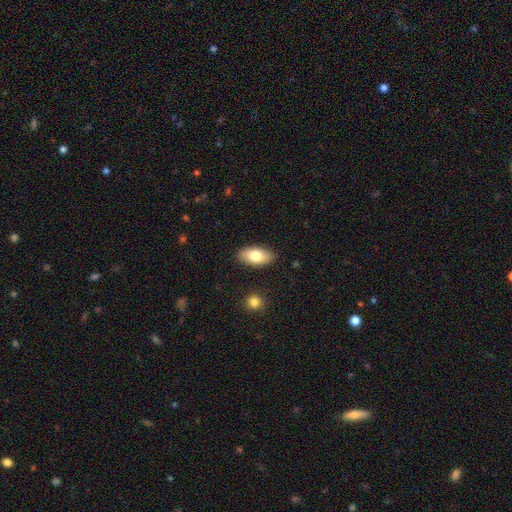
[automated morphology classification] Smooth or featured? Predicted: smooth (p=0.77). How rounded? Predicted: in between (p=0.92). Merging? Predicted: none (p=0.87).